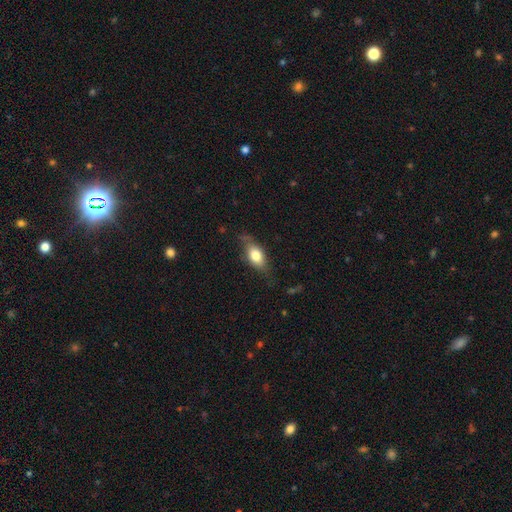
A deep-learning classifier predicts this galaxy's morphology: The model was most divided on "merging": none: 60%, minor disturbance: 29%, major disturbance: 10%, merger: 2%. More confident: how rounded — in between (82%); smooth or featured — smooth (69%).